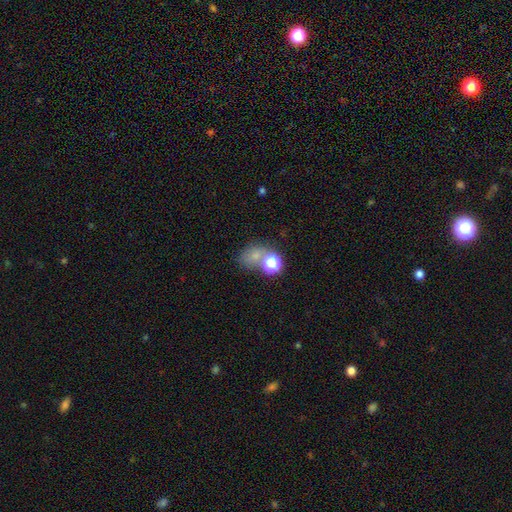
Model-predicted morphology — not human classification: Q: Smooth or featured?
A: smooth (63%); runner-up: star or artifact (26%)
Q: How rounded?
A: in between (50%); runner-up: round (49%)
Q: Merging?
A: none (45%); runner-up: merger (30%)